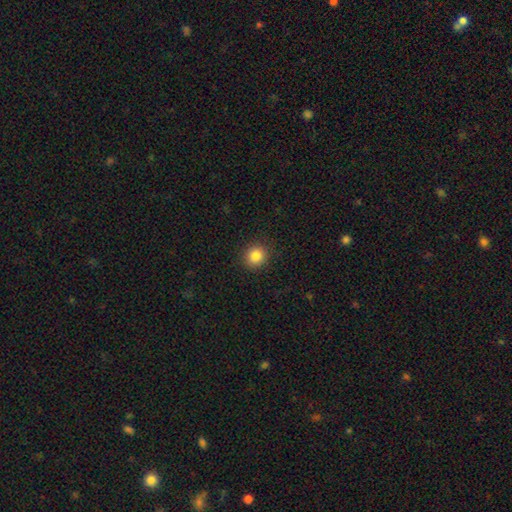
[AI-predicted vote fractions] Smooth or featured?
  - smooth: 85% *
  - star or artifact: 11%
  - featured or disk: 5%
How rounded?
  - round: 86% *
  - in between: 13%
  - cigar-shaped: 1%
Merging?
  - none: 91% *
  - minor disturbance: 6%
  - major disturbance: 2%
  - merger: 1%